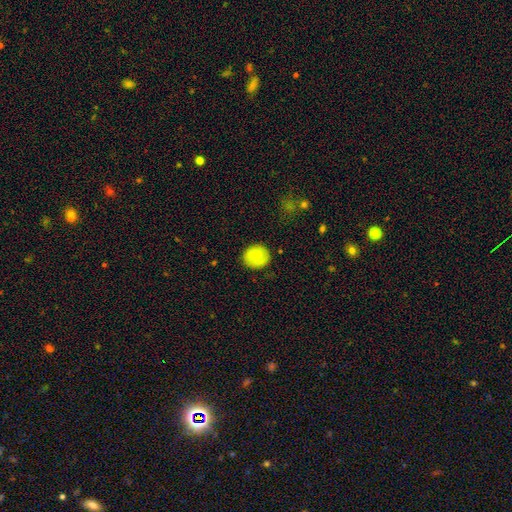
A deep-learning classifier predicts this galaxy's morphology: This appears to be a smooth galaxy with no disk features (75%) that is round (79%). Merging: none (82%).